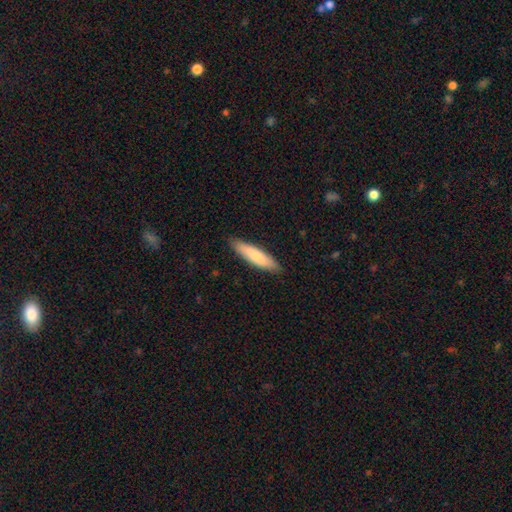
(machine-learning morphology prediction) type=smooth (77%); roundness=cigar-shaped (74%); merging=none (87%).